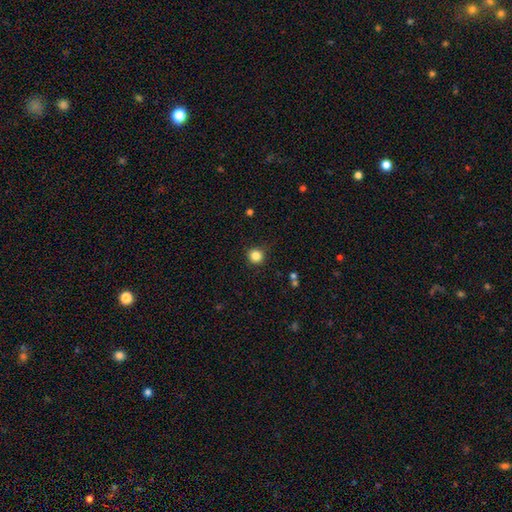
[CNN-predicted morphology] Overall: smooth (85%). How rounded: round (94%). Merging: none (90%).